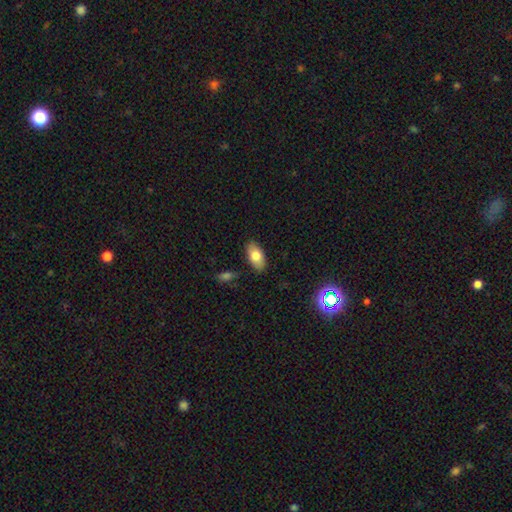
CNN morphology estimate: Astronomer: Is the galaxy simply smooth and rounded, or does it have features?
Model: smooth — 77%.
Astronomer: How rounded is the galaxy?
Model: in between — 92%.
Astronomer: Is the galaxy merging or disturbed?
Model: none — 87%.